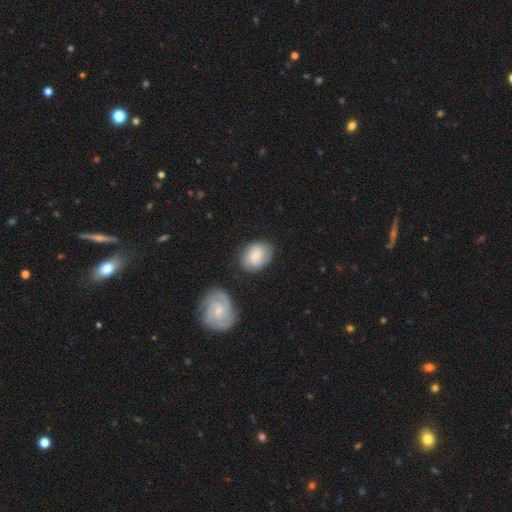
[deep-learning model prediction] smooth-or-featured: smooth: 58% | featured or disk: 35% | star or artifact: 7%
  how-rounded: in between: 64% | round: 35% | cigar-shaped: 1%
  merging: none: 70% | minor disturbance: 18% | merger: 6% | major disturbance: 5%